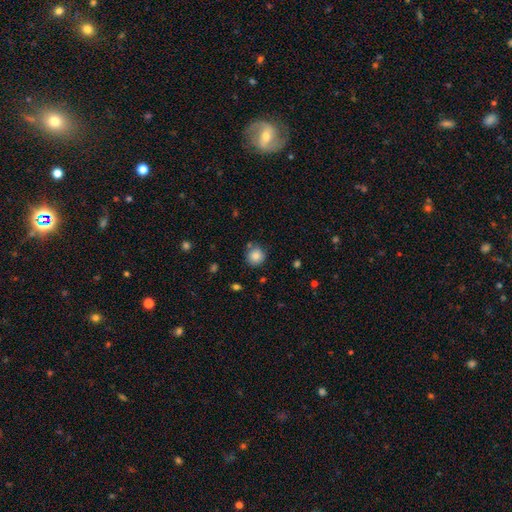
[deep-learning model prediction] smooth_or_featured: smooth (p=0.85) [alt: star or artifact p=0.10]
how_rounded: round (p=0.92) [alt: in between p=0.07]
merging: none (p=0.78) [alt: minor disturbance p=0.12]